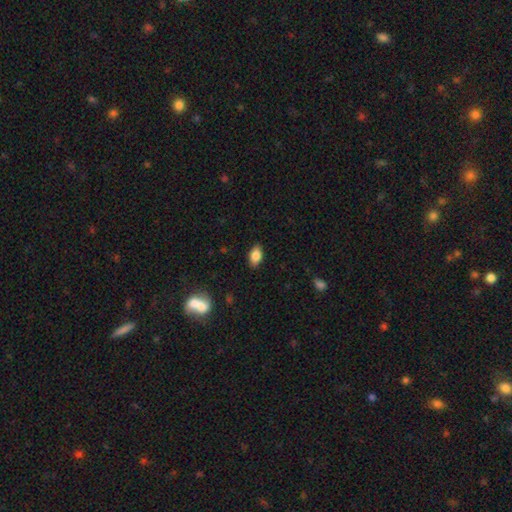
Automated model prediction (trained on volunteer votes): Overall: smooth (83%). How rounded: in between (90%). Merging: none (87%).